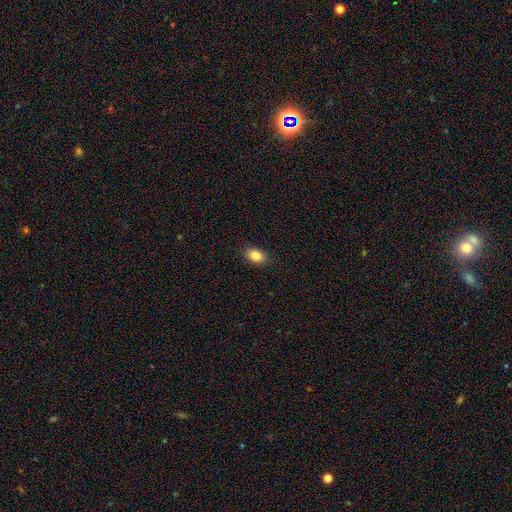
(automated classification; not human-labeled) smooth-or-featured: smooth: 86% | star or artifact: 9% | featured or disk: 6%
  how-rounded: in between: 82% | round: 17% | cigar-shaped: 1%
  merging: none: 89% | minor disturbance: 8% | major disturbance: 2% | merger: 1%